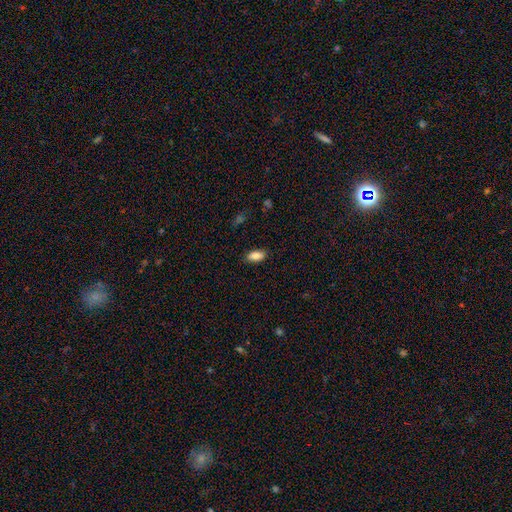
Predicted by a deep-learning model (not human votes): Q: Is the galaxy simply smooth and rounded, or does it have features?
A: smooth — 86%.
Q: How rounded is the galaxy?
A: in between — 90%.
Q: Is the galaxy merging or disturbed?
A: none — 87%.